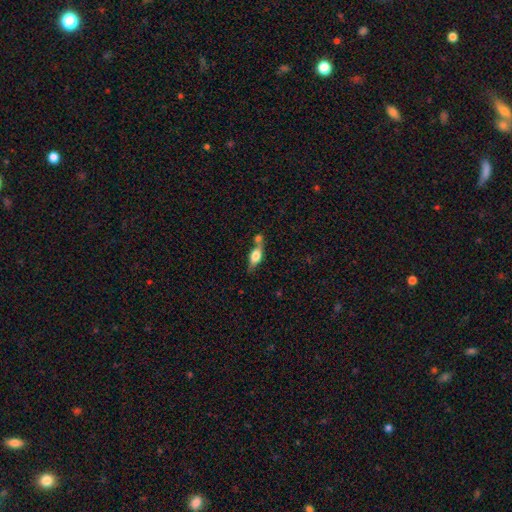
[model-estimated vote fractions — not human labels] This is possibly a smooth galaxy (58%). How rounded: likely in between (69%). Merging: marginally none (42%).